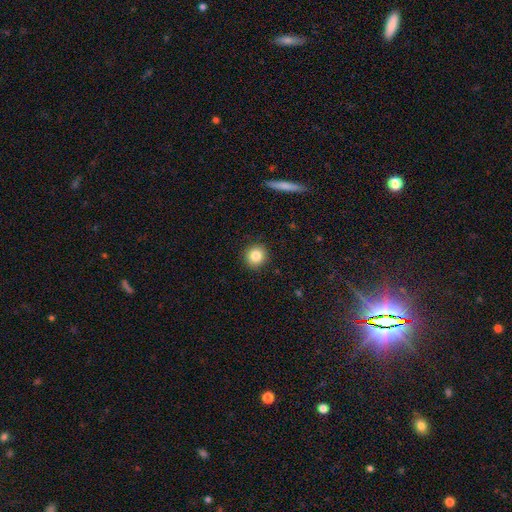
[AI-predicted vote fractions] Smooth or featured? Predicted: smooth (p=0.84). How rounded? Predicted: round (p=0.93). Merging? Predicted: none (p=0.91).